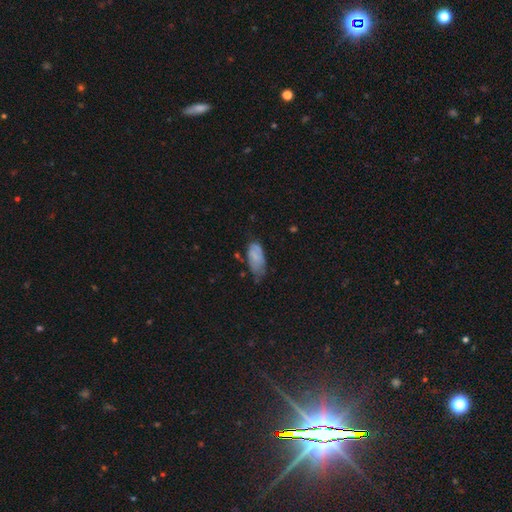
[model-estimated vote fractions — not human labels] This is likely a smooth galaxy (69%). How rounded: clearly in between (90%). Merging: marginally none (41%, tied with minor disturbance).